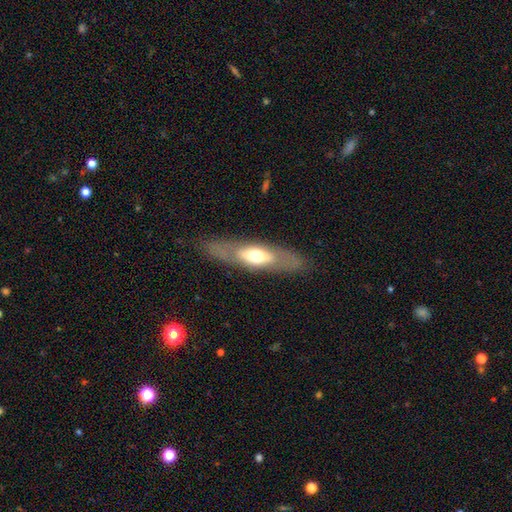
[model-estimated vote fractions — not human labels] Smooth or featured? featured or disk (49%)
Merging? none (81%)